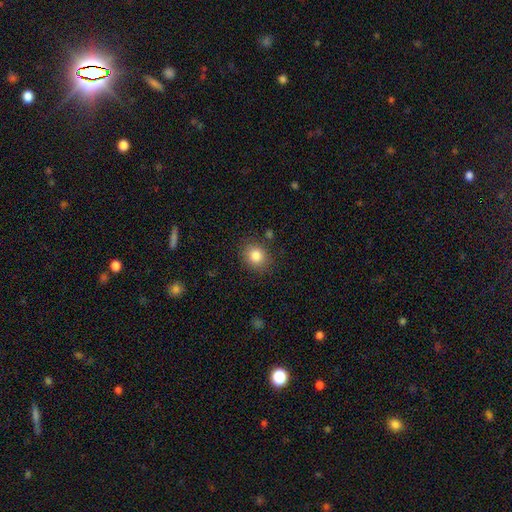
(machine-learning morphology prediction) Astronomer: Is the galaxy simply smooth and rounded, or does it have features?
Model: smooth — 83%.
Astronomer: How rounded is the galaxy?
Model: round — 69%.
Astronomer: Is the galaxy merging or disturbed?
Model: none — 84%.